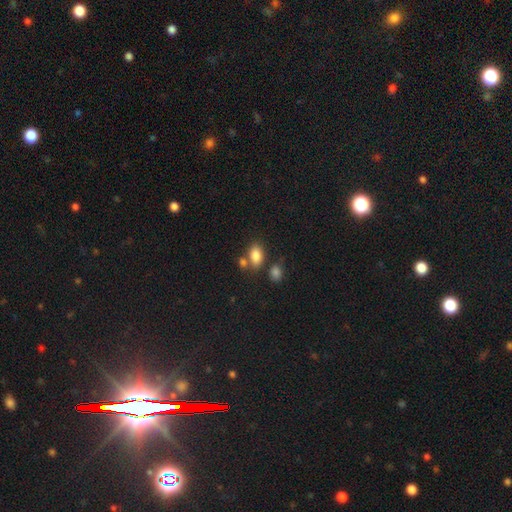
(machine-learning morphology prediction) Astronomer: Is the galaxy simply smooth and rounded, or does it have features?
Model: smooth — 84%.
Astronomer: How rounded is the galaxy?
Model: in between — 86%.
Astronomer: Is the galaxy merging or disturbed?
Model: none — 58%.